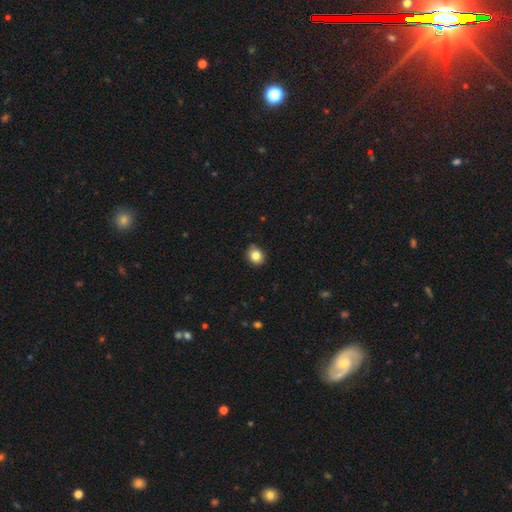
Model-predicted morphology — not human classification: The model was most divided on "how rounded": round: 67%, in between: 32%, cigar-shaped: 1%. More confident: merging — none (85%); smooth or featured — smooth (84%).